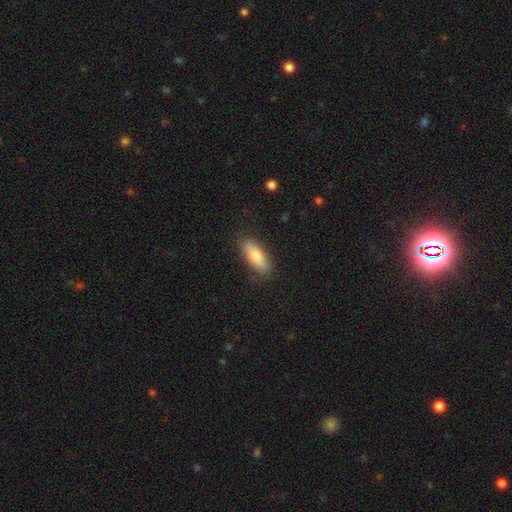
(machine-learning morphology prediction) This appears to be a smooth galaxy with no disk features (83%) that is in between round and cigar-shaped (71%). Merging: none (86%).